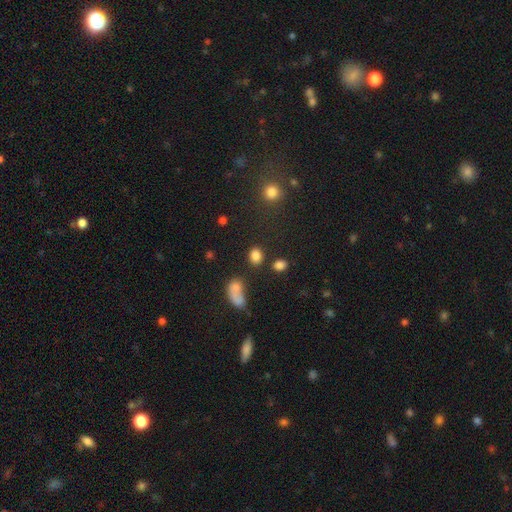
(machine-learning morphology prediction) A smooth galaxy with no disk features (81%) that is in between round and cigar-shaped (61%).

Vote fractions:
- Smooth or featured? smooth: 81% / star or artifact: 13% / featured or disk: 6%
- How rounded? in between: 61% / round: 38% / cigar-shaped: 2%
- Merging? none: 72% / merger: 11% / minor disturbance: 11% / major disturbance: 5%